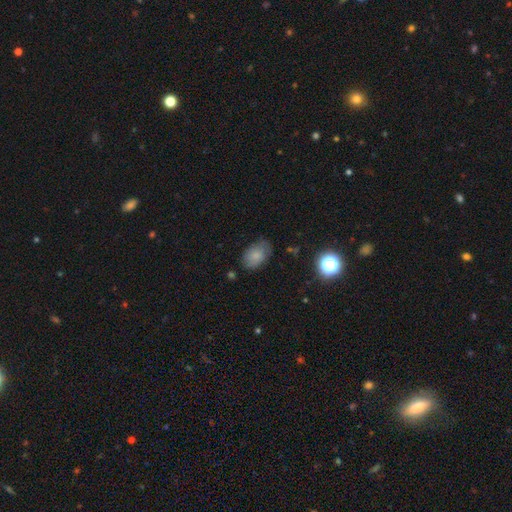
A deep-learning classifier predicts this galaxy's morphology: A smooth galaxy with no disk features (76%) that is in between round and cigar-shaped (86%). Merging: none (68%).